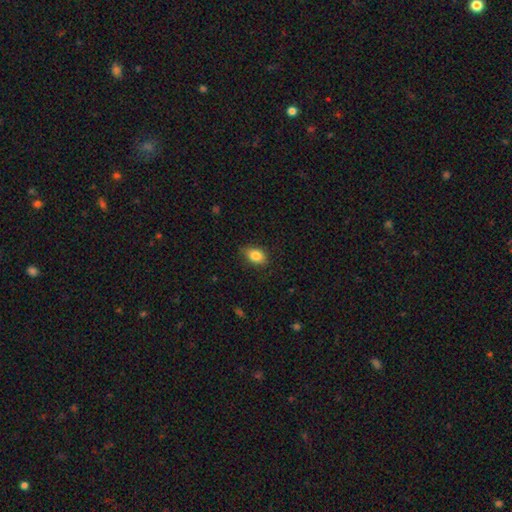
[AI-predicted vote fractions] A smooth galaxy with no disk features (84%) that is in between round and cigar-shaped (78%).

Vote fractions:
- Smooth or featured? smooth: 84% / star or artifact: 9% / featured or disk: 7%
- How rounded? in between: 78% / round: 20% / cigar-shaped: 2%
- Merging? none: 78% / minor disturbance: 18% / major disturbance: 3% / merger: 1%